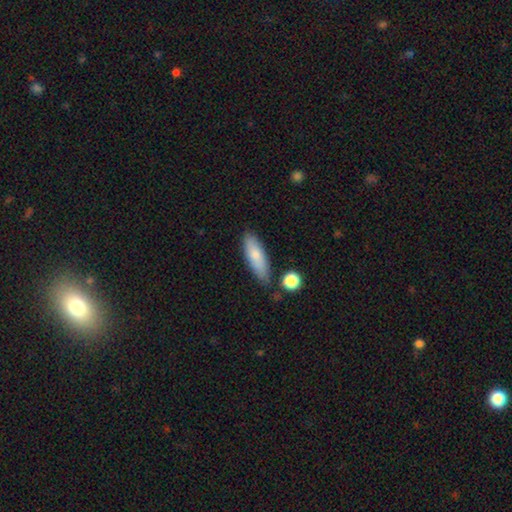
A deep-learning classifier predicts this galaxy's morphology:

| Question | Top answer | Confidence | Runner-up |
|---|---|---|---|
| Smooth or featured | smooth | 76% | featured or disk (18%) |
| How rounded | in between | 55% | cigar-shaped (42%) |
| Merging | none | 76% | minor disturbance (16%) |